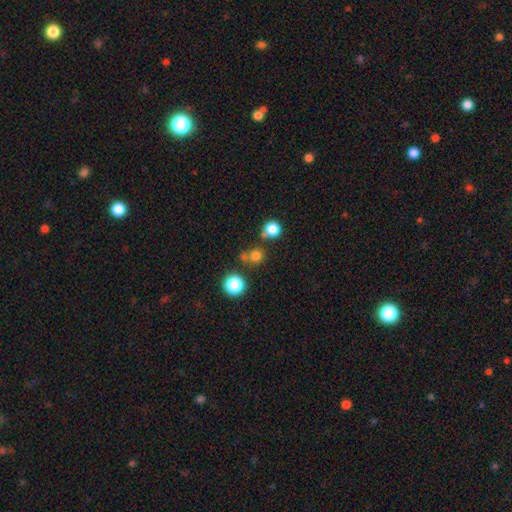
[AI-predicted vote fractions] This is likely a smooth galaxy (74%). How rounded: clearly round (90%). Merging: likely none (67%).